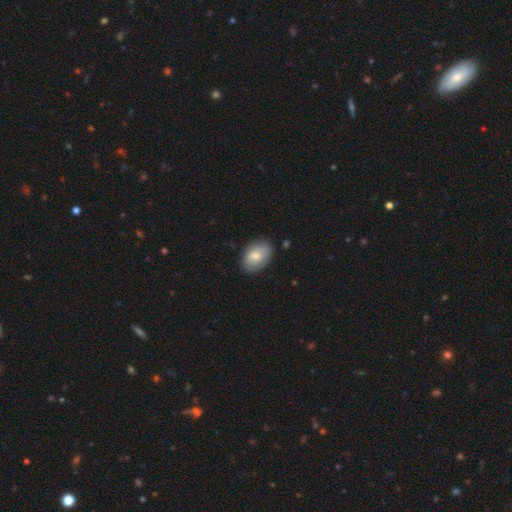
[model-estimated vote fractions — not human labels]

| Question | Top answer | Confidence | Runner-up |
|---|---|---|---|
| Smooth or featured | smooth | 77% | featured or disk (17%) |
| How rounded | in between | 85% | round (14%) |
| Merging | none | 82% | minor disturbance (14%) |